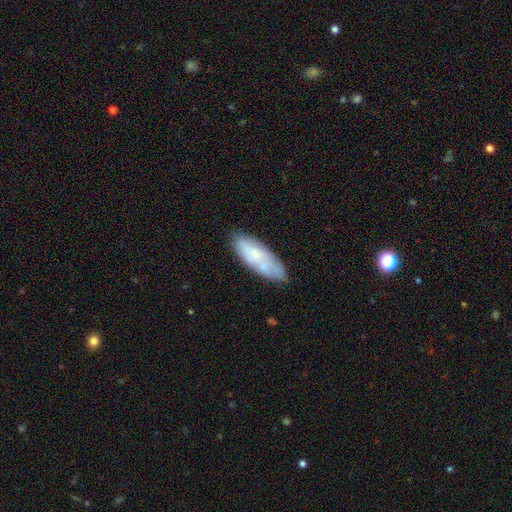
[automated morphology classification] The model was most divided on "smooth or featured": smooth: 59%, featured or disk: 34%, star or artifact: 7%. More confident: merging — none (71%); how rounded — in between (67%).